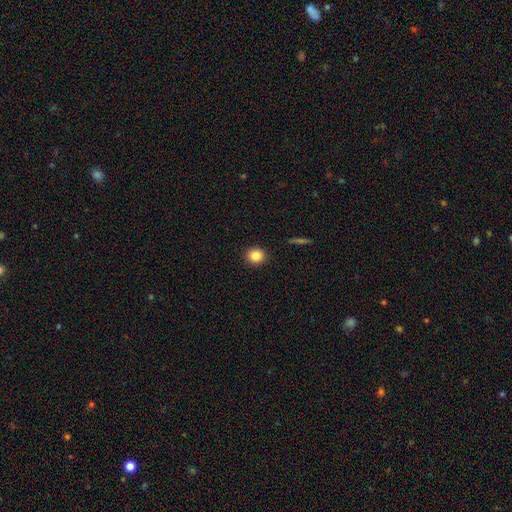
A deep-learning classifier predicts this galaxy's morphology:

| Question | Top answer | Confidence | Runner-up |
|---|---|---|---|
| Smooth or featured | smooth | 84% | star or artifact (11%) |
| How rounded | round | 85% | in between (14%) |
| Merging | none | 92% | minor disturbance (6%) |